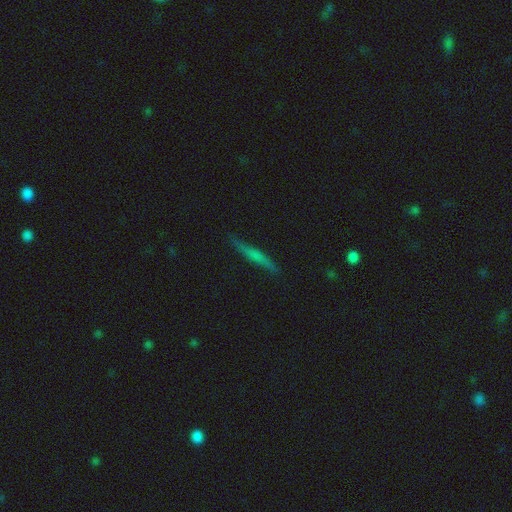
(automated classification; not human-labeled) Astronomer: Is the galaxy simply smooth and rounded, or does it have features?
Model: smooth — 46%, tied with featured or disk at 46%.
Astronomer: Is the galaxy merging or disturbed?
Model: none — 86%.